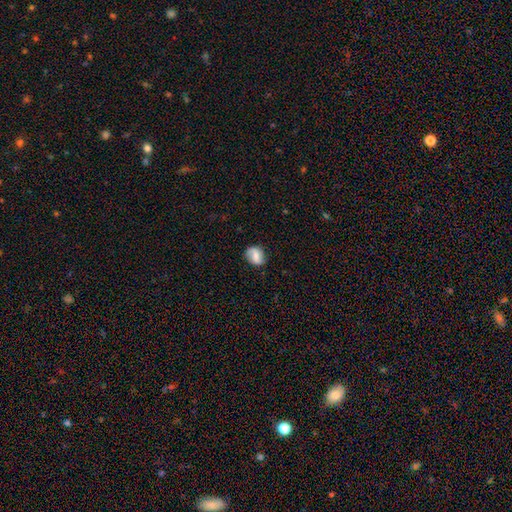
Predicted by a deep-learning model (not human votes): A featured or disk galaxy (47%). Merging: none (80%).